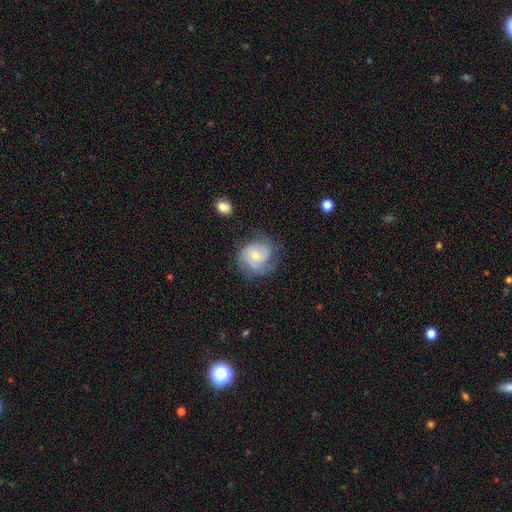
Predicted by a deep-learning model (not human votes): Smooth or featured?
  - featured or disk: 71% *
  - smooth: 23%
  - star or artifact: 6%
Edge-on disk?
  - no: 98% *
  - yes: 2%
Bar?
  - no: 66% *
  - weak: 30%
  - strong: 4%
Spiral arms?
  - yes: 90% *
  - no: 10%
Spiral winding?
  - tight: 52% *
  - medium: 36%
  - loose: 12%
Spiral arm count?
  - 2: 38% *
  - can't tell: 26%
  - 3: 20%
  - 1: 9%
  - 4: 4%
  - more than 4: 3%
Bulge size?
  - moderate: 54% *
  - small: 41%
  - large: 3%
  - none: 2%
  - dominant: 1%
Merging?
  - none: 60% *
  - minor disturbance: 24%
  - major disturbance: 13%
  - merger: 2%